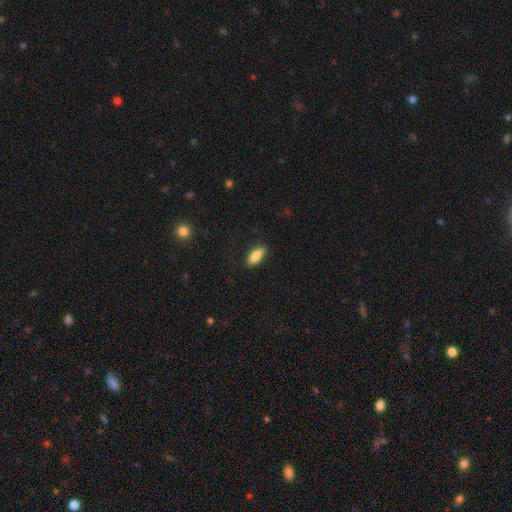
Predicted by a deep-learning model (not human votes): Smooth or featured: smooth — 86% (featured or disk — 7%)
How rounded: in between — 79% (cigar-shaped — 19%)
Merging: none — 85% (minor disturbance — 11%)